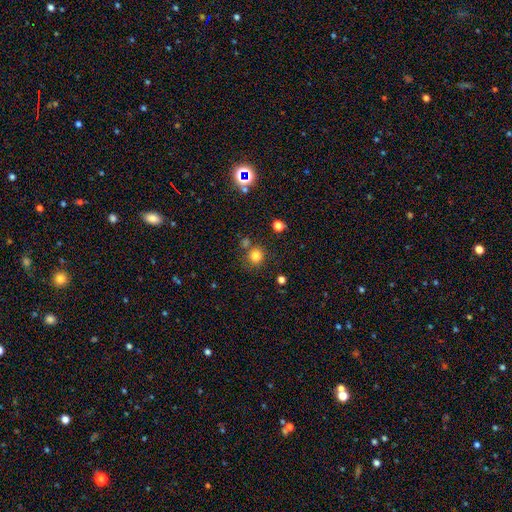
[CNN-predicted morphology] Smooth or featured?
  - smooth: 79% *
  - star or artifact: 15%
  - featured or disk: 7%
How rounded?
  - round: 91% *
  - in between: 8%
  - cigar-shaped: 1%
Merging?
  - none: 73% *
  - minor disturbance: 11%
  - merger: 11%
  - major disturbance: 4%